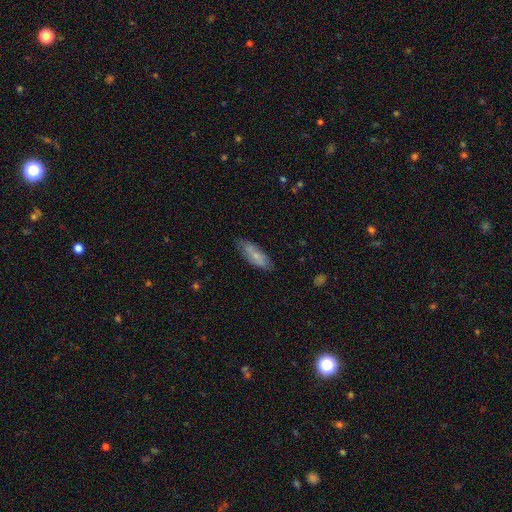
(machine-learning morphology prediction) Smooth or featured?
  - smooth: 71% *
  - featured or disk: 23%
  - star or artifact: 6%
How rounded?
  - in between: 66% *
  - cigar-shaped: 32%
  - round: 2%
Merging?
  - none: 75% *
  - minor disturbance: 19%
  - major disturbance: 4%
  - merger: 2%